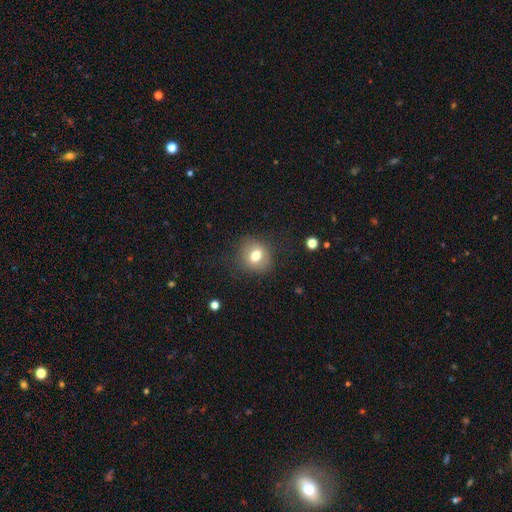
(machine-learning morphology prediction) smooth 73%, featured or disk 16%, star or artifact 10%. Down the decision tree: how rounded — round (70%); merging — none (79%).